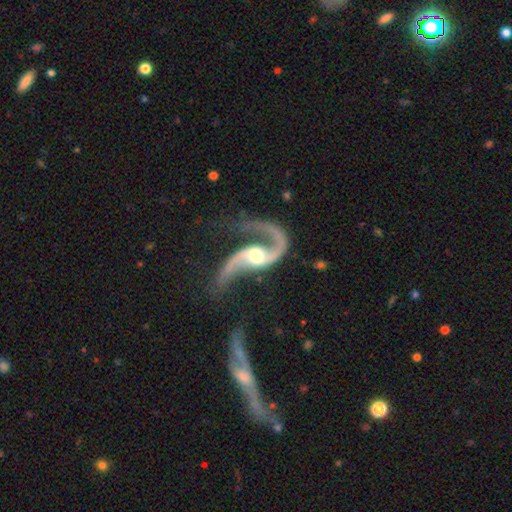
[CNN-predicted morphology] Smooth or featured? featured or disk (93%)
Edge-on disk? no (97%)
Bar? no (48%)
Spiral arms? yes (98%)
Spiral winding? loose (75%)
Spiral arm count? 2 (92%)
Bulge size? moderate (67%)
Merging? none (67%)